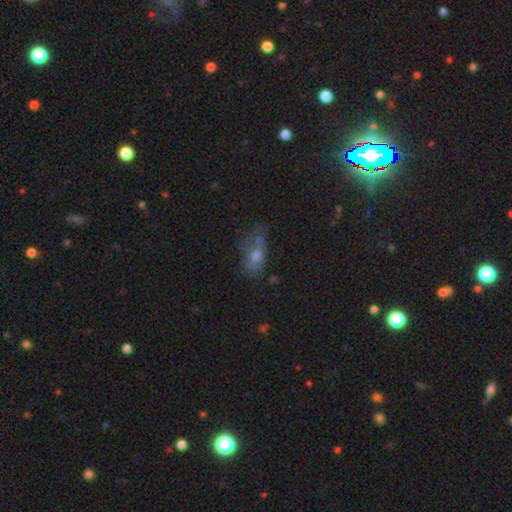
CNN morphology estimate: Overall: smooth (47%; featured or disk 31%). Merging: none (42%; minor disturbance 26%).